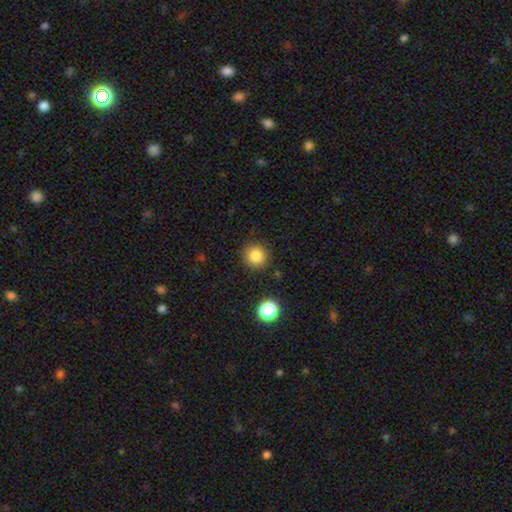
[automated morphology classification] Smooth or featured?
  - smooth: 83% *
  - star or artifact: 12%
  - featured or disk: 5%
How rounded?
  - round: 93% *
  - in between: 6%
  - cigar-shaped: 1%
Merging?
  - none: 89% *
  - minor disturbance: 7%
  - major disturbance: 2%
  - merger: 2%